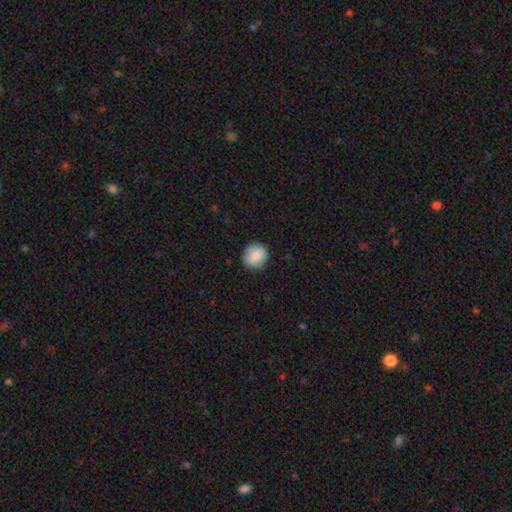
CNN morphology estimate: type=smooth (87%); roundness=round (82%); merging=none (88%).